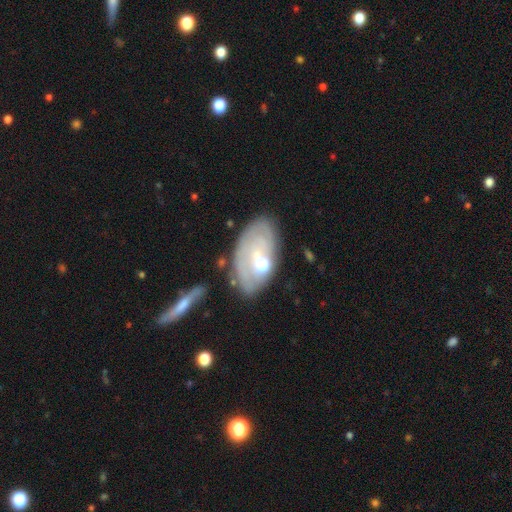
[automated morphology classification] Smooth or featured? Predicted: featured or disk (p=0.56). Edge-on disk? Predicted: no (p=0.88). Merging? Predicted: none (p=0.61).